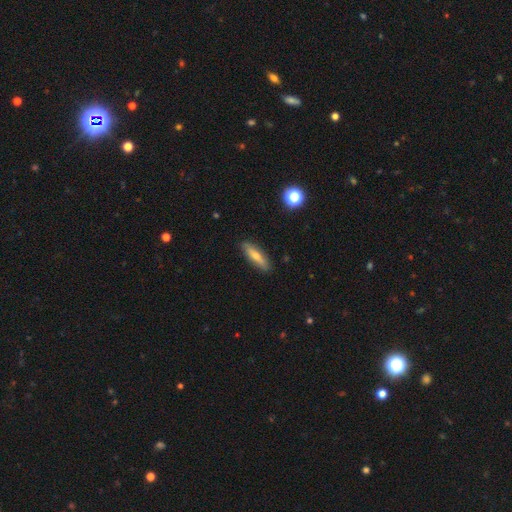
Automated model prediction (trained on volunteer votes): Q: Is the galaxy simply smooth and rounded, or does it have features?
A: smooth — 53%.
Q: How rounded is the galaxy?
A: cigar-shaped — 71%.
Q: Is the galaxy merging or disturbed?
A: none — 88%.